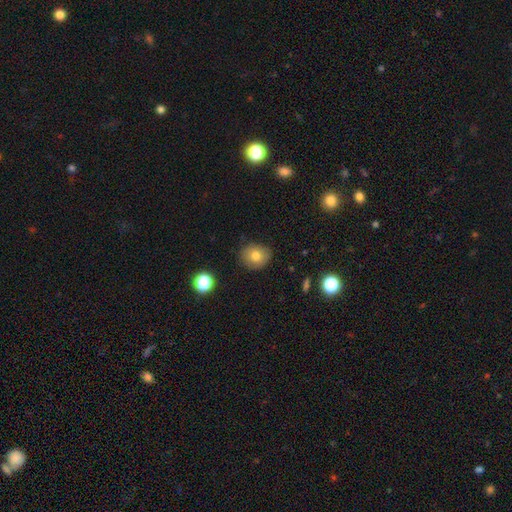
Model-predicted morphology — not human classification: This appears to be a smooth galaxy with no disk features (77%) that is round (71%). Merging: none (82%).